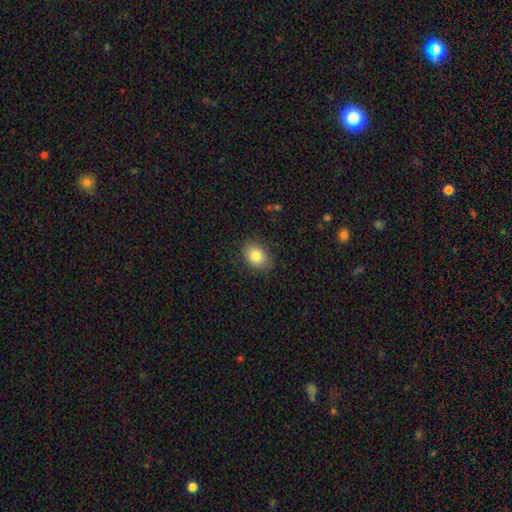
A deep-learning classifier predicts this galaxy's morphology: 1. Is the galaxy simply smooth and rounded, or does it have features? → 83% smooth, 9% featured or disk, 8% star or artifact.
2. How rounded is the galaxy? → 68% in between, 31% round, 1% cigar-shaped.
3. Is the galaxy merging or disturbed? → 84% none, 12% minor disturbance, 3% major disturbance, 1% merger.